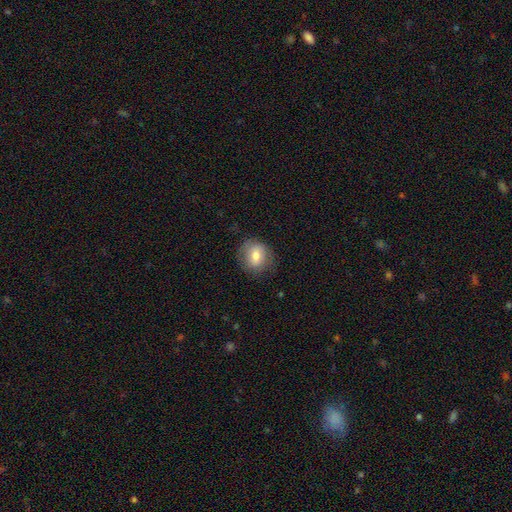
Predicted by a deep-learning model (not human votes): Smooth or featured? Predicted: smooth (p=0.70). How rounded? Predicted: round (p=0.71). Merging? Predicted: none (p=0.78).